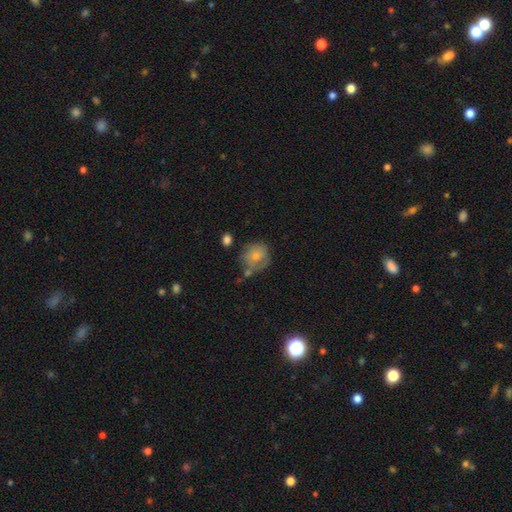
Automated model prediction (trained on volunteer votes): Smooth or featured?
  - smooth: 68% *
  - featured or disk: 24%
  - star or artifact: 8%
How rounded?
  - round: 76% *
  - in between: 23%
  - cigar-shaped: 1%
Merging?
  - none: 48% *
  - minor disturbance: 28%
  - major disturbance: 12%
  - merger: 12%